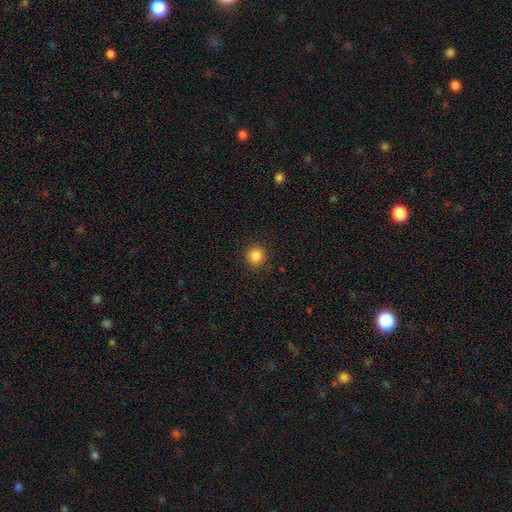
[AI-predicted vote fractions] Q: Smooth or featured?
A: smooth (85%); runner-up: star or artifact (11%)
Q: How rounded?
A: round (91%); runner-up: in between (8%)
Q: Merging?
A: none (90%); runner-up: minor disturbance (7%)